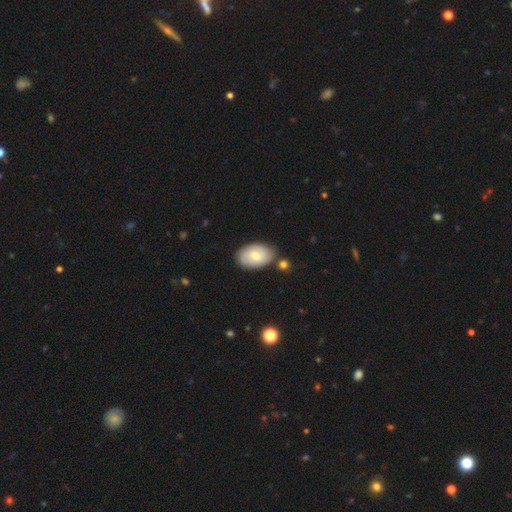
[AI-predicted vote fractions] Smooth or featured? Predicted: smooth (p=0.61). How rounded? Predicted: in between (p=0.91). Merging? Predicted: none (p=0.76).